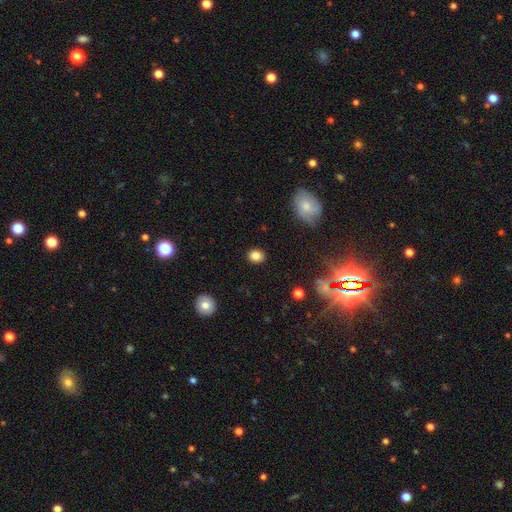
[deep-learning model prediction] Smooth or featured?
  - smooth: 84% *
  - star or artifact: 11%
  - featured or disk: 6%
How rounded?
  - round: 64% *
  - in between: 35%
  - cigar-shaped: 1%
Merging?
  - none: 89% *
  - minor disturbance: 8%
  - major disturbance: 2%
  - merger: 1%